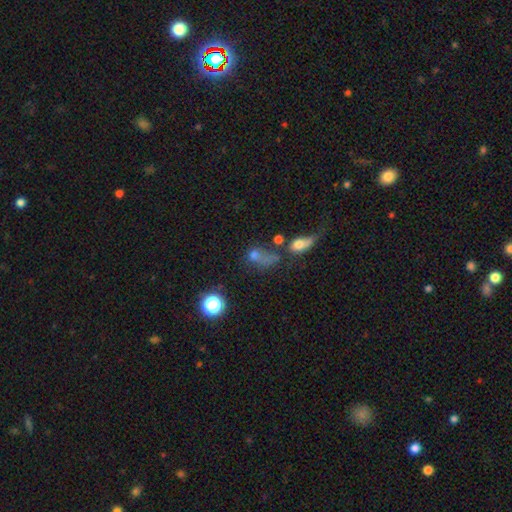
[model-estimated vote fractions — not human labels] Smooth or featured: smooth — 56% (star or artifact — 22%)
How rounded: round — 49% (in between — 46%)
Merging: merger — 40% (major disturbance — 25%)